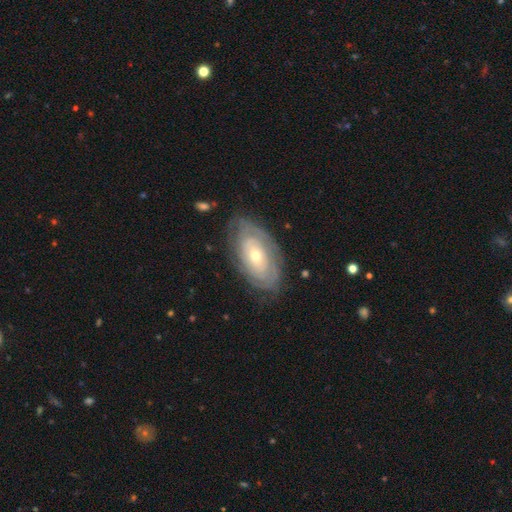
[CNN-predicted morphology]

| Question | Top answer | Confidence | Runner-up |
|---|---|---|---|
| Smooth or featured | featured or disk | 71% | smooth (23%) |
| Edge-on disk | no | 92% | yes (8%) |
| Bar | no | 81% | weak (15%) |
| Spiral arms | yes | 73% | no (27%) |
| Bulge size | moderate | 48% | small (47%) |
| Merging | none | 76% | minor disturbance (17%) |